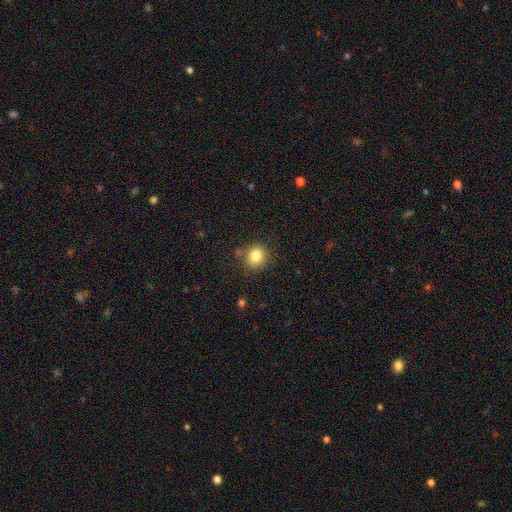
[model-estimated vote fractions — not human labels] A smooth galaxy with no disk features (82%) that is round (79%).

Vote fractions:
- Smooth or featured? smooth: 82% / star or artifact: 11% / featured or disk: 7%
- How rounded? round: 79% / in between: 20% / cigar-shaped: 1%
- Merging? none: 79% / minor disturbance: 13% / merger: 4% / major disturbance: 4%